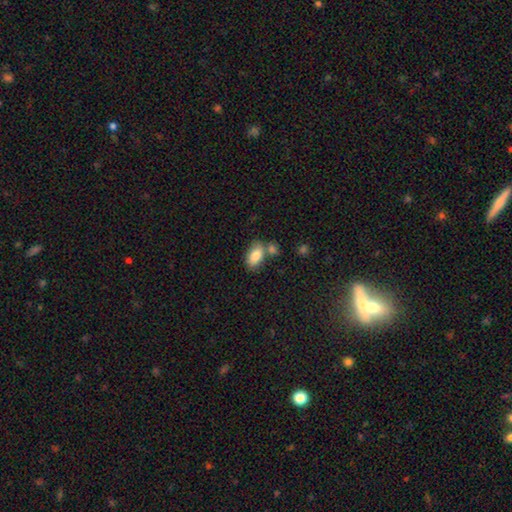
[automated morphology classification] Overall: smooth (81%). How rounded: in between (92%). Merging: none (59%; merger 23%).